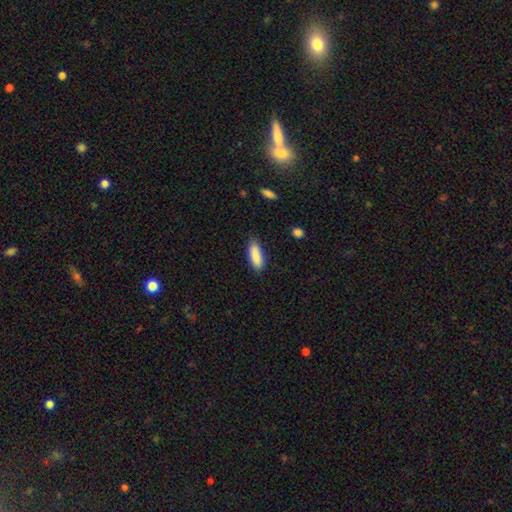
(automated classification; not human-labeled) A smooth galaxy with no disk features (89%) that is in between round and cigar-shaped (62%). Merging: none (82%).